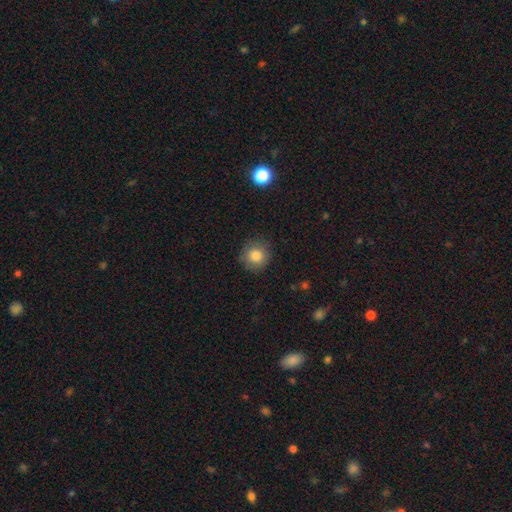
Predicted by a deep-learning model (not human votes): A smooth galaxy with no disk features (83%) that is round (92%).

Vote fractions:
- Smooth or featured? smooth: 83% / star or artifact: 10% / featured or disk: 7%
- How rounded? round: 92% / in between: 7% / cigar-shaped: 1%
- Merging? none: 85% / minor disturbance: 11% / major disturbance: 3% / merger: 1%